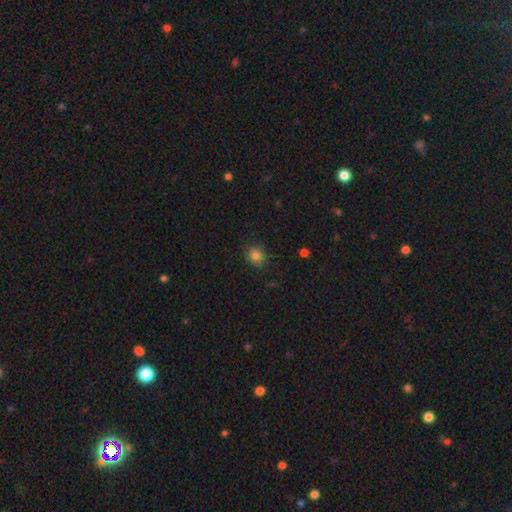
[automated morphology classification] This appears to be a smooth galaxy with no disk features (82%) that is round (63%). Merging: none (85%).